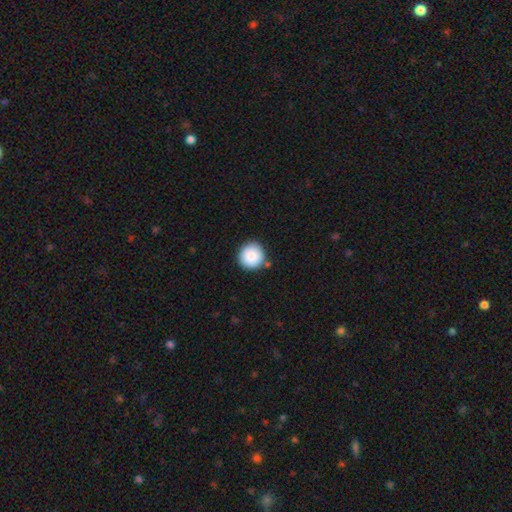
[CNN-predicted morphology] Smooth or featured: smooth — 87% (star or artifact — 8%)
How rounded: round — 95% (in between — 4%)
Merging: none — 86% (minor disturbance — 9%)